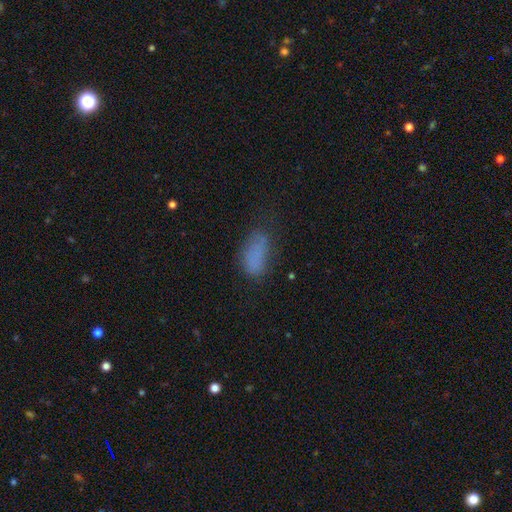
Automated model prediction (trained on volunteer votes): A smooth galaxy with no disk features (76%) that is in between round and cigar-shaped (86%). Merging: none (52%).